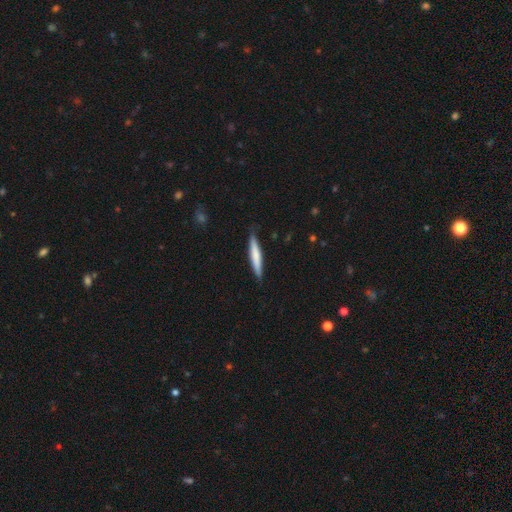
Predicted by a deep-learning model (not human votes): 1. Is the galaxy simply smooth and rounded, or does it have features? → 68% smooth, 27% featured or disk, 5% star or artifact.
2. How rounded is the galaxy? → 93% cigar-shaped, 5% in between, 1% round.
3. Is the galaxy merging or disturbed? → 85% none, 12% minor disturbance, 2% major disturbance, 1% merger.